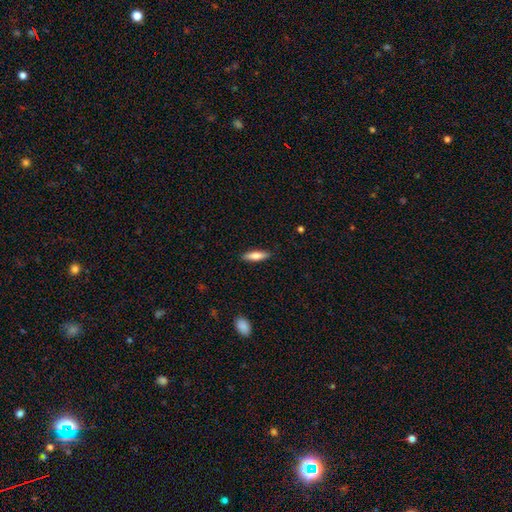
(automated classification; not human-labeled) A smooth galaxy with no disk features (74%) that is cigar-shaped (60%).

Vote fractions:
- Smooth or featured? smooth: 74% / featured or disk: 21% / star or artifact: 6%
- How rounded? cigar-shaped: 60% / in between: 38% / round: 2%
- Merging? none: 88% / minor disturbance: 9% / major disturbance: 2% / merger: 1%